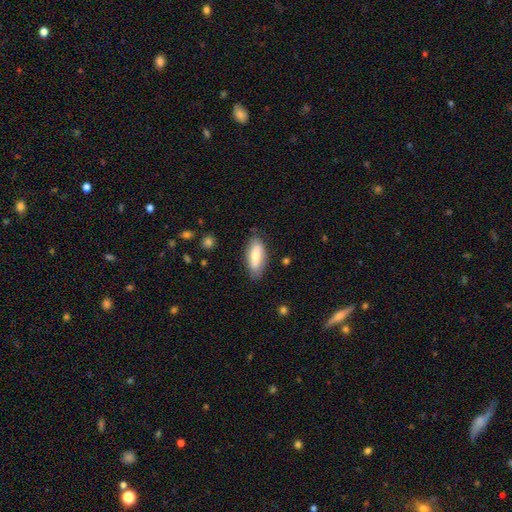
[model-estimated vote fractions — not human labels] The model was most divided on "smooth or featured": smooth: 73%, featured or disk: 21%, star or artifact: 6%. More confident: merging — none (80%); how rounded — in between (77%).